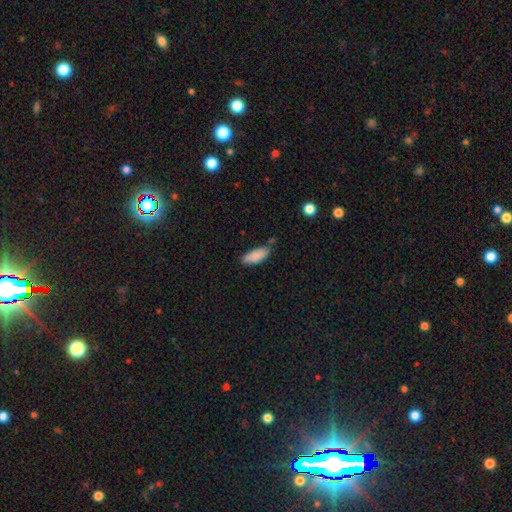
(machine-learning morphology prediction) type=smooth (86%); roundness=in between (77%); merging=none (66%).